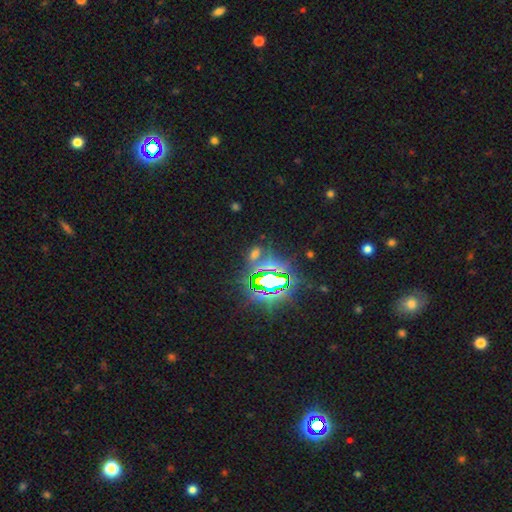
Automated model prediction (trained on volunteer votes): smooth_or_featured: star or artifact (p=0.77) [alt: smooth p=0.14]